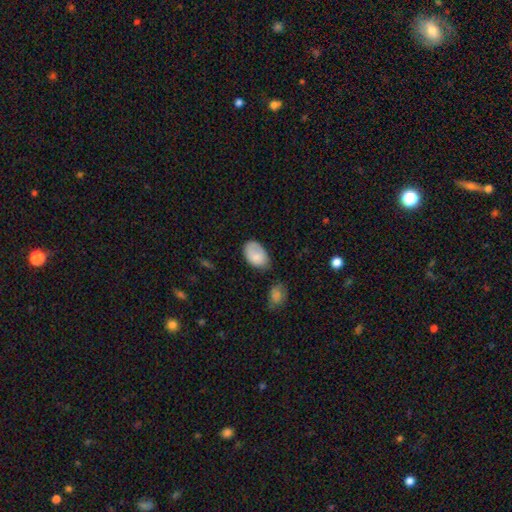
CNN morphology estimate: A smooth galaxy with no disk features (83%) that is in between round and cigar-shaped (90%). Merging: none (56%).